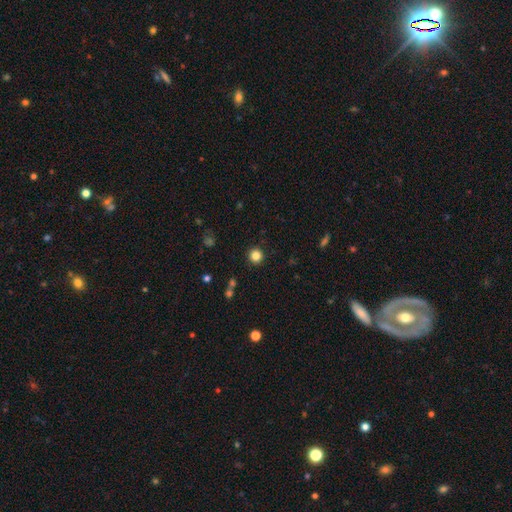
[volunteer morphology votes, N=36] Smooth or featured?
  - smooth: 92% *
  - star or artifact: 6%
  - featured or disk: 3%
How rounded?
  - round: 100% *
  - in between: 0%
  - cigar-shaped: 0%
Merging?
  - none: 91% *
  - minor disturbance: 3%
  - major disturbance: 3%
  - merger: 3%